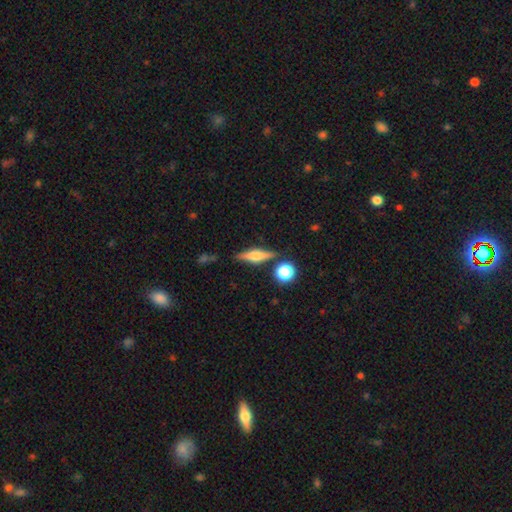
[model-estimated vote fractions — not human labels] smooth_or_featured: featured or disk (p=0.55) [alt: smooth p=0.37]
disk_edge_on: yes (p=0.94) [alt: no p=0.06]
edge_on_bulge: rounded (p=0.87) [alt: boxy p=0.09]
merging: none (p=0.81) [alt: minor disturbance p=0.10]